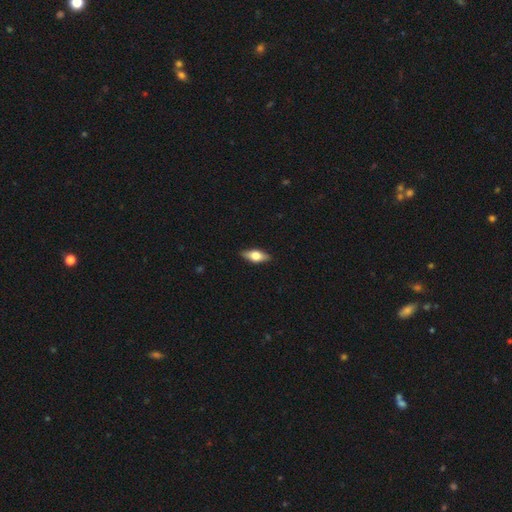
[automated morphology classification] Smooth or featured? smooth (62%)
How rounded? in between (77%)
Merging? none (88%)